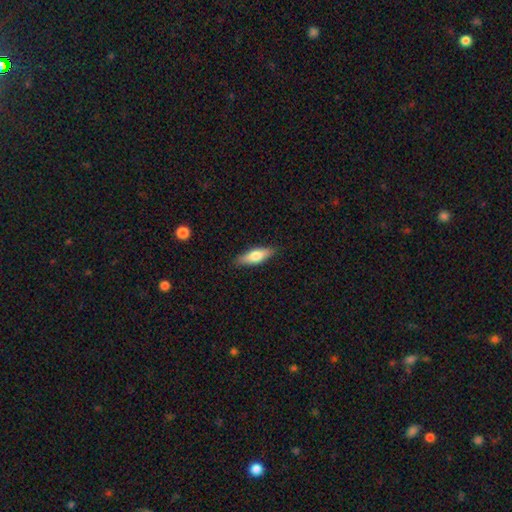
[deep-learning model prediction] Smooth or featured? smooth (64%)
How rounded? in between (50%)
Merging? none (87%)